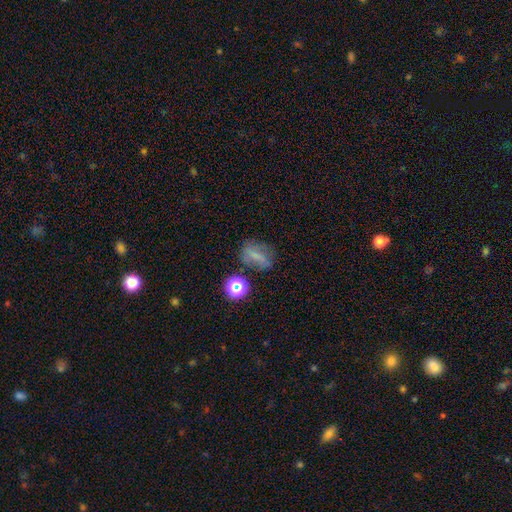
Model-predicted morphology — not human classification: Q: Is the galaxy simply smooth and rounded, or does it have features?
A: smooth — 54%.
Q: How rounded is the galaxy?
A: in between — 58%.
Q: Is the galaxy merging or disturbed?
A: none — 58%.